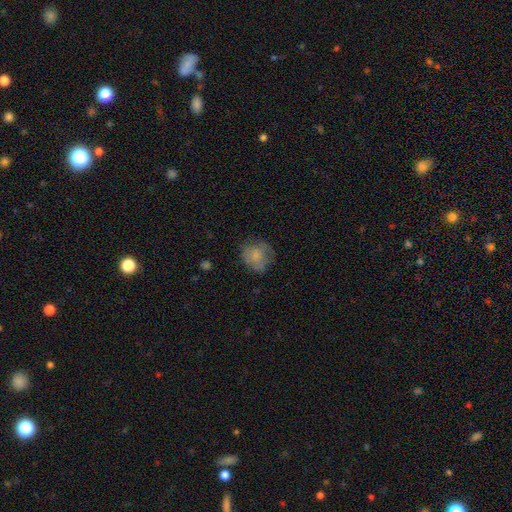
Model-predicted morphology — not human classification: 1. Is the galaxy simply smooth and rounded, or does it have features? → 71% smooth, 19% featured or disk, 9% star or artifact.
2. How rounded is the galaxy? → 80% round, 19% in between, 1% cigar-shaped.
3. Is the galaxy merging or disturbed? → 63% none, 24% minor disturbance, 11% major disturbance, 2% merger.